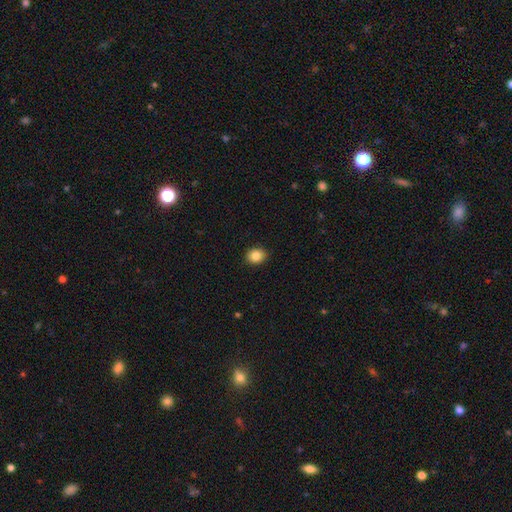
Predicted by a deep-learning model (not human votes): smooth_or_featured: smooth (p=0.85) [alt: star or artifact p=0.09]
how_rounded: round (p=0.62) [alt: in between p=0.37]
merging: none (p=0.89) [alt: minor disturbance p=0.08]